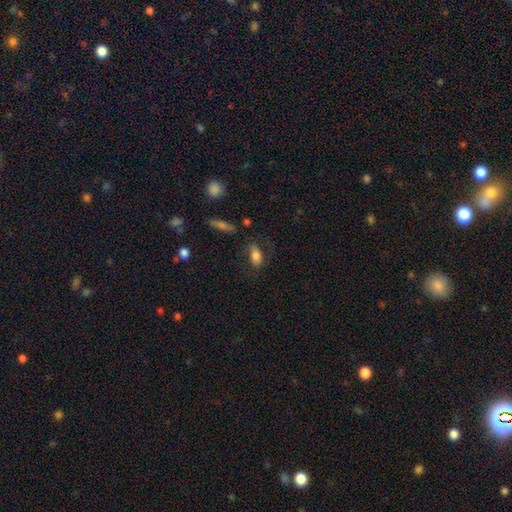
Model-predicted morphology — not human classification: The model was most divided on "merging": none: 64%, minor disturbance: 20%, major disturbance: 11%, merger: 4%. More confident: how rounded — in between (85%); smooth or featured — smooth (75%).